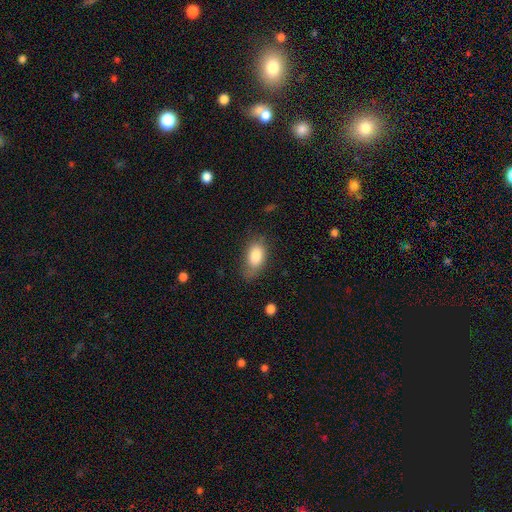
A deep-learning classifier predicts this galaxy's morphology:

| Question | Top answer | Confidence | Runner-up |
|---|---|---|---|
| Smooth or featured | smooth | 83% | featured or disk (10%) |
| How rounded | in between | 90% | round (6%) |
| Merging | none | 61% | minor disturbance (27%) |